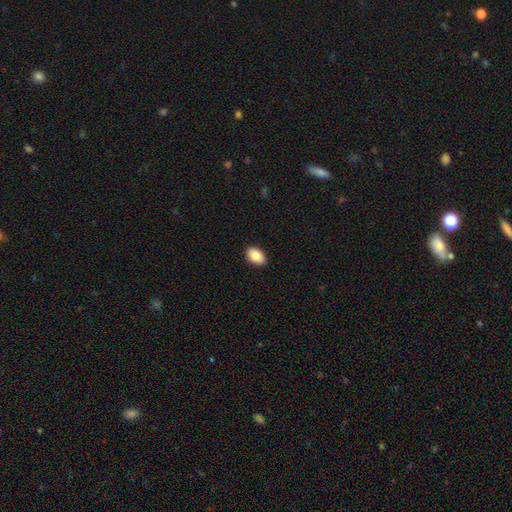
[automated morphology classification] Q: Smooth or featured?
A: smooth (87%); runner-up: star or artifact (7%)
Q: How rounded?
A: in between (90%); runner-up: round (9%)
Q: Merging?
A: none (90%); runner-up: minor disturbance (8%)